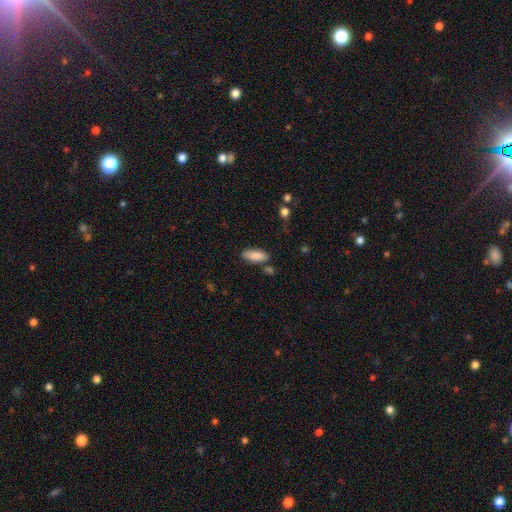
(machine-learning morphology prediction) The model was most divided on "how rounded": in between: 75%, cigar-shaped: 23%, round: 2%. More confident: smooth or featured — smooth (88%); merging — none (79%).